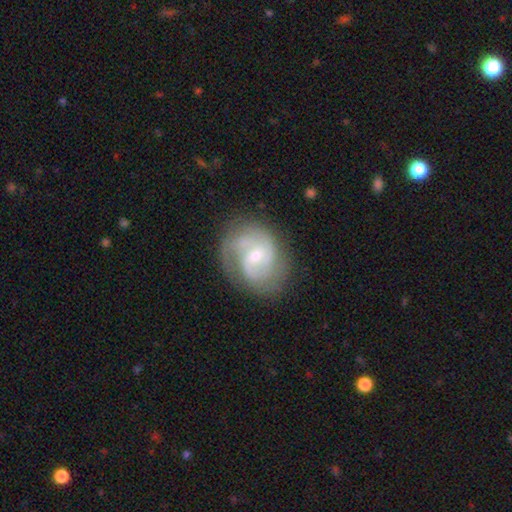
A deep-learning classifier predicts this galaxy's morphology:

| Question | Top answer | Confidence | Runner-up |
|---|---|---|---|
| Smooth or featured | featured or disk | 82% | smooth (12%) |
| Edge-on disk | no | 98% | yes (2%) |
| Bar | weak | 52% | no (37%) |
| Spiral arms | yes | 95% | no (5%) |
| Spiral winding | medium | 51% | tight (31%) |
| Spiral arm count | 2 | 58% | 3 (17%) |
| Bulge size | small | 62% | moderate (34%) |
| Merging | none | 69% | minor disturbance (19%) |